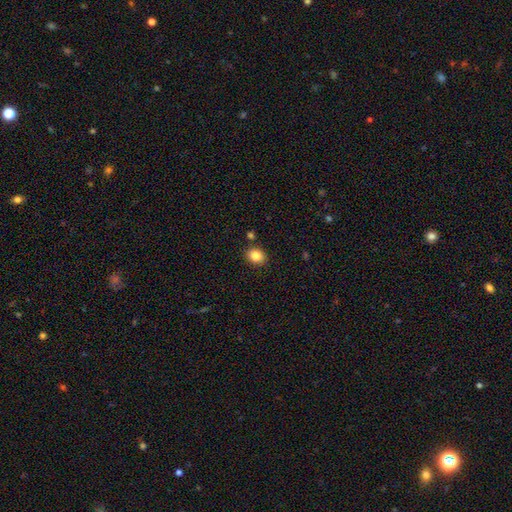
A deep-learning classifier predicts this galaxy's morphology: This appears to be a smooth galaxy with no disk features (85%) that is round (50%). Merging: none (85%).